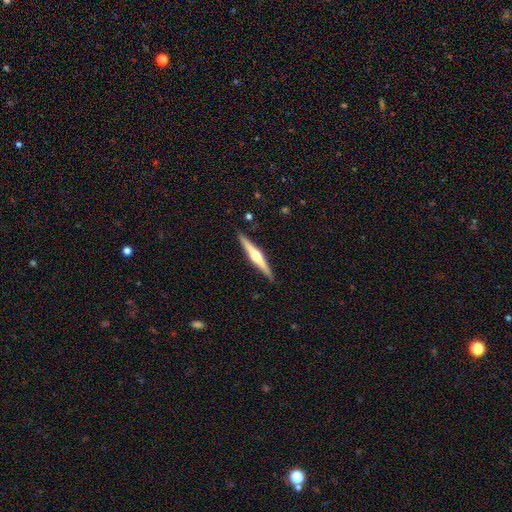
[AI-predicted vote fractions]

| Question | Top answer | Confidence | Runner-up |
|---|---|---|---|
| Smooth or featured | featured or disk | 74% | smooth (21%) |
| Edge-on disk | yes | 98% | no (2%) |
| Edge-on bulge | rounded | 92% | boxy (4%) |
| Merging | none | 91% | minor disturbance (7%) |